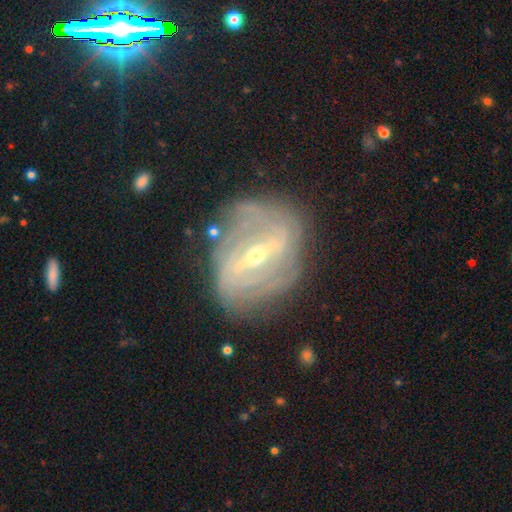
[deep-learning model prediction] Smooth or featured? featured or disk (85%)
Edge-on disk? no (94%)
Bar? strong (60%)
Spiral arms? yes (85%)
Spiral winding? tight (57%)
Spiral arm count? can't tell (39%)
Bulge size? small (57%)
Merging? none (71%)